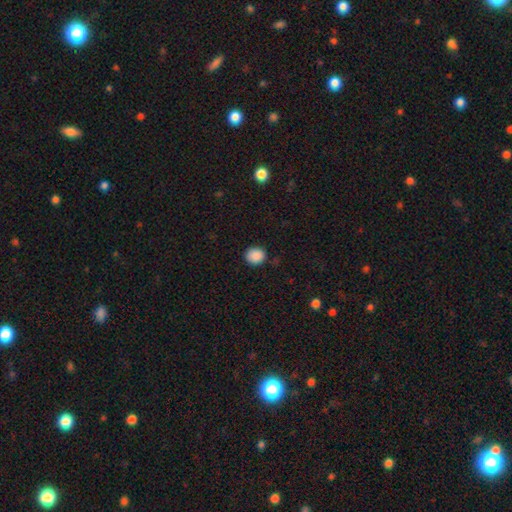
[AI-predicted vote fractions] Smooth or featured? Predicted: smooth (p=0.89). How rounded? Predicted: round (p=0.80). Merging? Predicted: none (p=0.89).